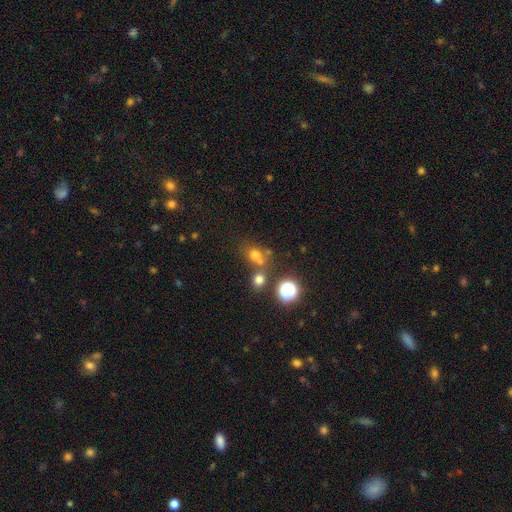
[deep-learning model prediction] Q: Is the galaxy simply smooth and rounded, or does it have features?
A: smooth — 63%.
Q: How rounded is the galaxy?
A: round — 73%.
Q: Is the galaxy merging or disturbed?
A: none — 52%.